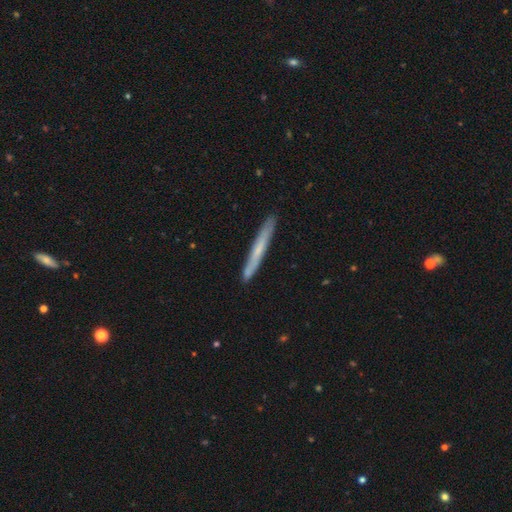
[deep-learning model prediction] The model was most divided on "smooth or featured" (2-way tie): featured or disk: 46%, smooth: 46%, star or artifact: 8%. More confident: merging — none (89%).